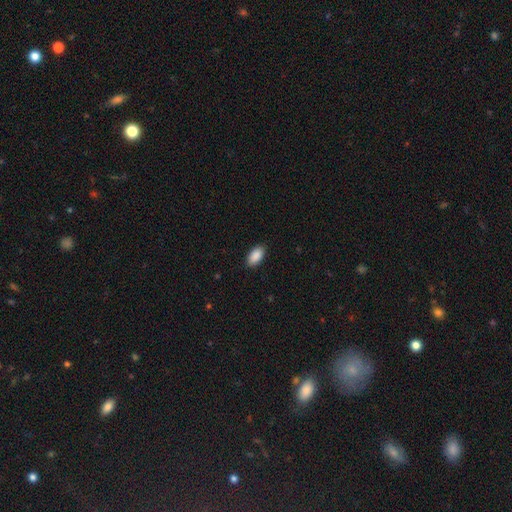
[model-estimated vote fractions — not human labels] smooth-or-featured: smooth: 90% | star or artifact: 7% | featured or disk: 3%
  how-rounded: in between: 94% | cigar-shaped: 3% | round: 3%
  merging: none: 89% | minor disturbance: 8% | major disturbance: 2% | merger: 1%